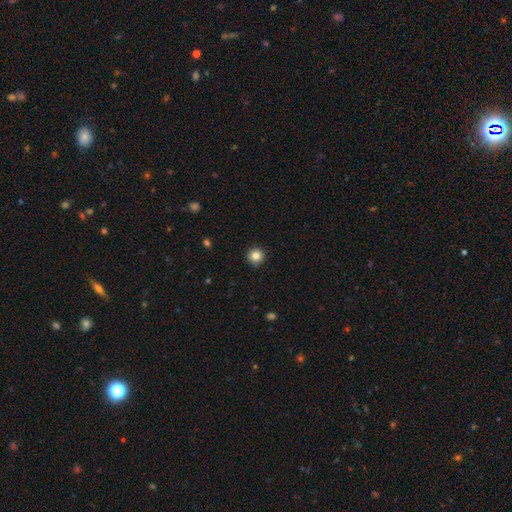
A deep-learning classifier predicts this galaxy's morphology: The model was most divided on "smooth or featured": smooth: 83%, star or artifact: 11%, featured or disk: 6%. More confident: how rounded — round (96%); merging — none (93%).